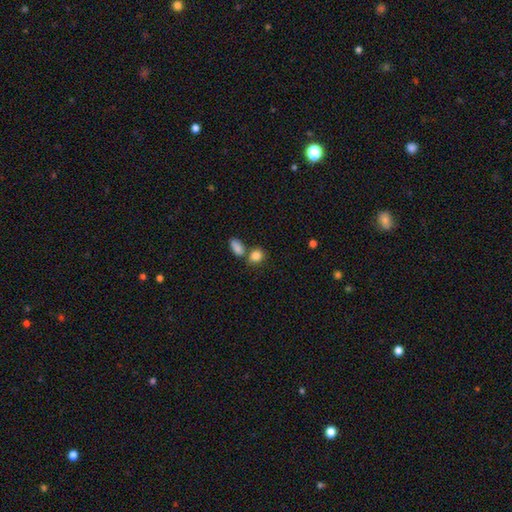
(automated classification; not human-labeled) A smooth galaxy with no disk features (86%) that is round (49%, tied with in between). Merging: none (54%).